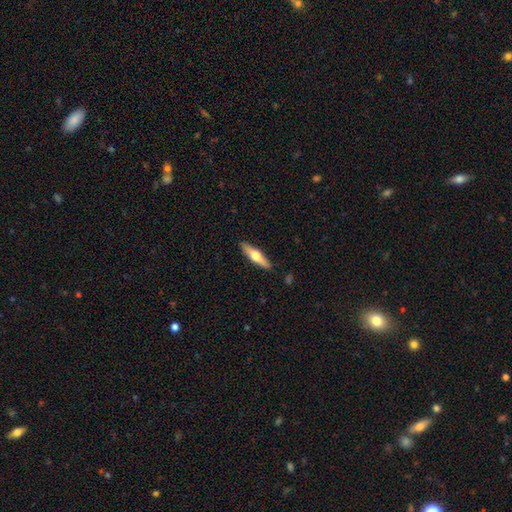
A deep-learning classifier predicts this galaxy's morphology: Smooth or featured? featured or disk (50%)
Merging? none (89%)